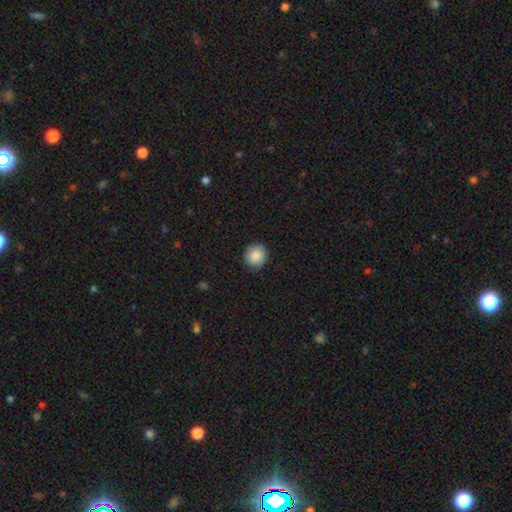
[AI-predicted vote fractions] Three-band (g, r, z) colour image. It shows a smooth galaxy with no disk features (88%) that is round (83%). Merging: none (88%).